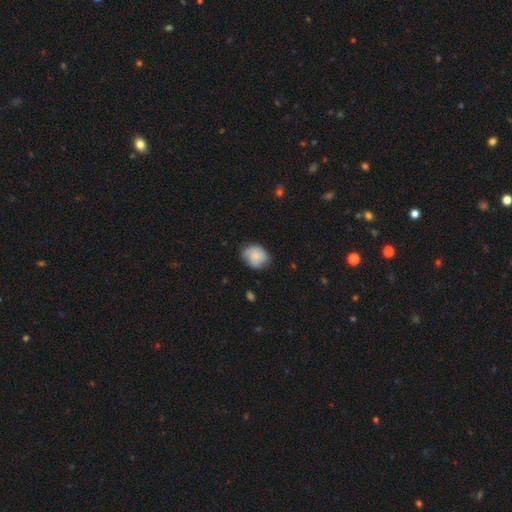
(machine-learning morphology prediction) smooth 75%, featured or disk 18%, star or artifact 8%. Down the decision tree: how rounded — round (59%); merging — none (61%).